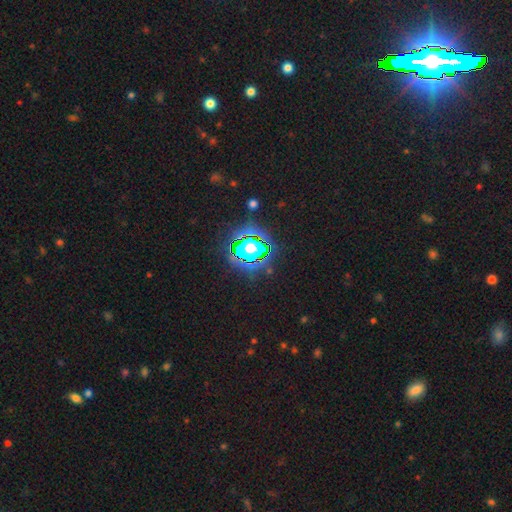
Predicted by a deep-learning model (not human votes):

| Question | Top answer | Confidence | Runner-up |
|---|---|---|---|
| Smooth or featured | star or artifact | 82% | smooth (11%) |